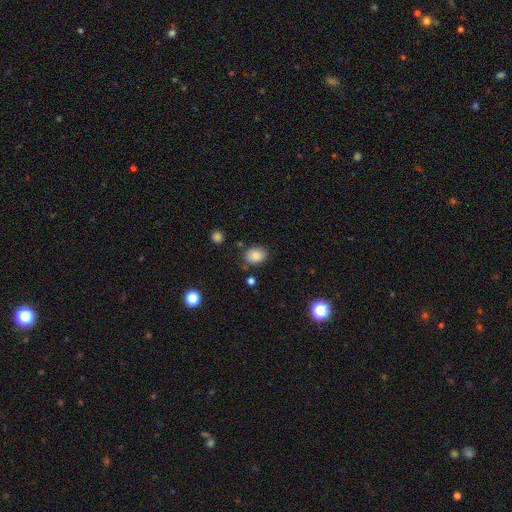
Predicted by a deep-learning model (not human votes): A smooth galaxy with no disk features (83%) that is in between round and cigar-shaped (69%).

Vote fractions:
- Smooth or featured? smooth: 83% / star or artifact: 9% / featured or disk: 8%
- How rounded? in between: 69% / round: 30% / cigar-shaped: 1%
- Merging? none: 80% / minor disturbance: 13% / merger: 4% / major disturbance: 3%